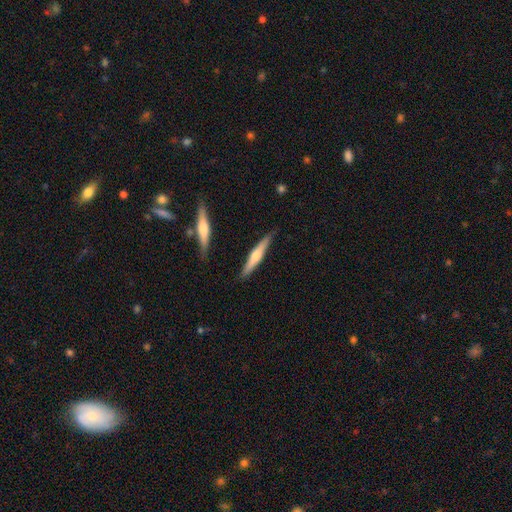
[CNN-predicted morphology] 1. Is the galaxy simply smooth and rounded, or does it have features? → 53% featured or disk, 42% smooth, 5% star or artifact.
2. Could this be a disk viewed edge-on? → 96% yes, 4% no.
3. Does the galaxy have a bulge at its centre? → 79% rounded, 12% none, 9% boxy.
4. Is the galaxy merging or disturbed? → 87% none, 9% minor disturbance, 3% merger, 2% major disturbance.